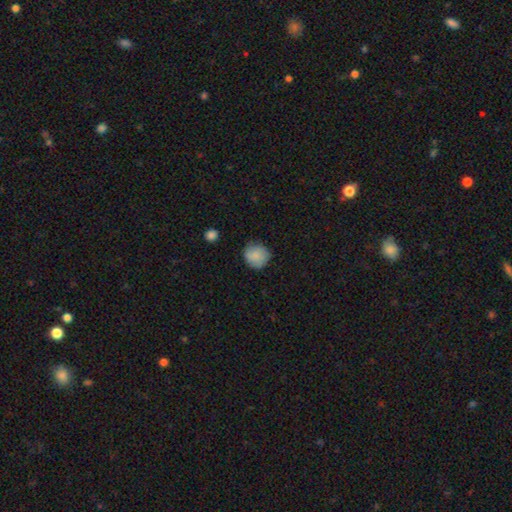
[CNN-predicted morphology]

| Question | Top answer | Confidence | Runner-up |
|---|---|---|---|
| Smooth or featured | smooth | 83% | featured or disk (10%) |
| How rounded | round | 90% | in between (9%) |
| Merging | none | 78% | minor disturbance (17%) |